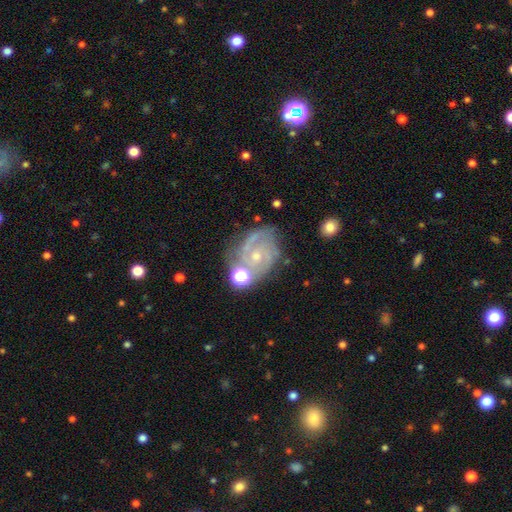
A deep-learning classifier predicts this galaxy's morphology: This is clearly a featured or disk galaxy (83%). It is clearly not viewed edge-on (97%). Bar: likely no (65%). Spiral arm pattern: clearly yes (95%). Spiral arm count: possibly 2 (52%). Spiral winding: possibly tight (53%). Central bulge: likely small (64%). Merging: likely none (63%).